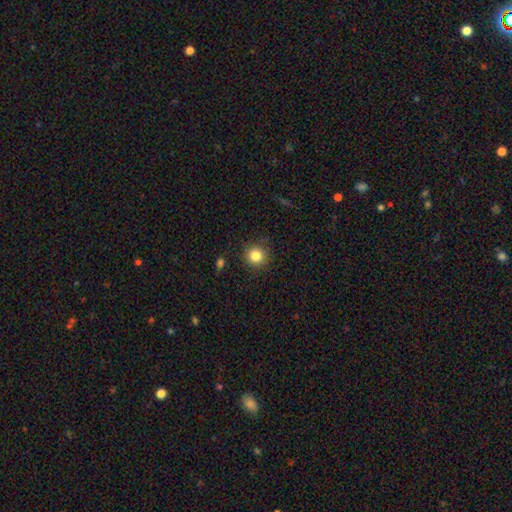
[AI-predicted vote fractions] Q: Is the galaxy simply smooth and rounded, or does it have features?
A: smooth — 84%.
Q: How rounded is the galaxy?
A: round — 92%.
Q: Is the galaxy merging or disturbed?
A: none — 86%.